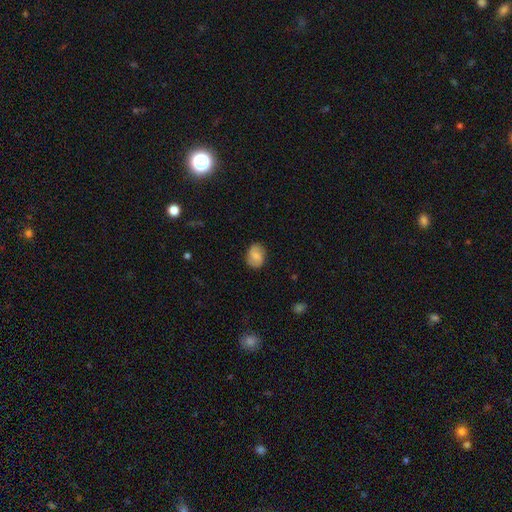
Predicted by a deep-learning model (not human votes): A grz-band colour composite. It shows a smooth galaxy with no disk features (66%) that is in between round and cigar-shaped (60%). Merging: none (81%).